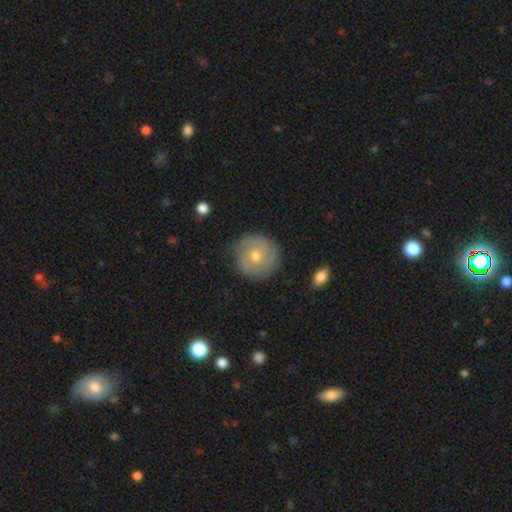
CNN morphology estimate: Q: Smooth or featured?
A: featured or disk (51%); runner-up: smooth (40%)
Q: Edge-on disk?
A: no (97%); runner-up: yes (3%)
Q: Merging?
A: none (83%); runner-up: minor disturbance (12%)